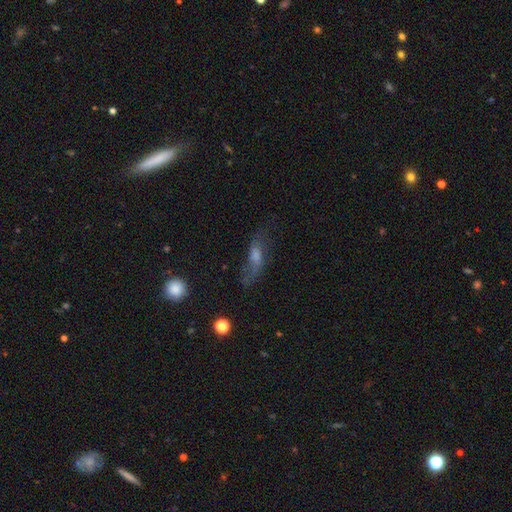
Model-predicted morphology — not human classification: A featured or disk galaxy (56%). Merging: none (57%).